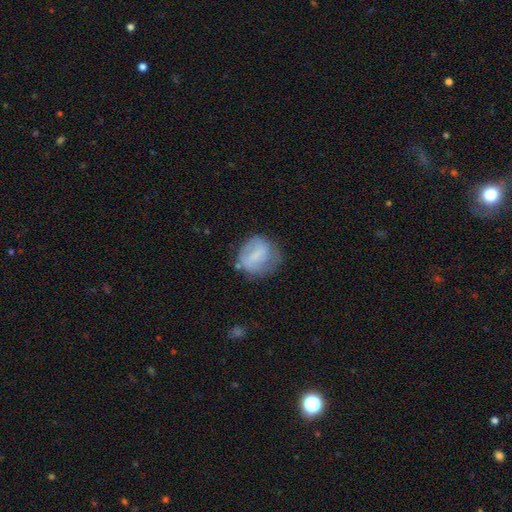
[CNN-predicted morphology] The model was most divided on "smooth or featured": smooth: 54%, featured or disk: 38%, star or artifact: 8%. More confident: how rounded — round (68%); merging — none (60%).